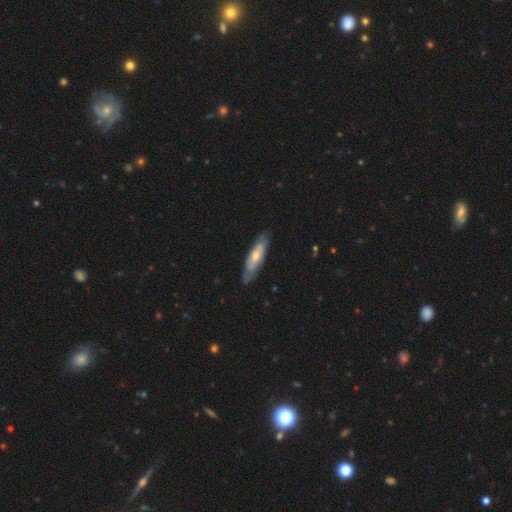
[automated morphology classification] Q: Smooth or featured?
A: featured or disk (54%); runner-up: smooth (40%)
Q: Edge-on disk?
A: no (57%); runner-up: yes (43%)
Q: Merging?
A: none (81%); runner-up: minor disturbance (15%)